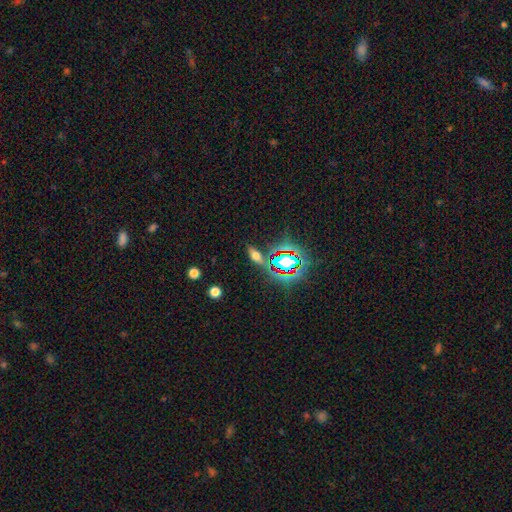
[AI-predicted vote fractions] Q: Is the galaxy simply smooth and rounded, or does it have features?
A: smooth — 47%.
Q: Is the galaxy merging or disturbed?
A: none — 78%.